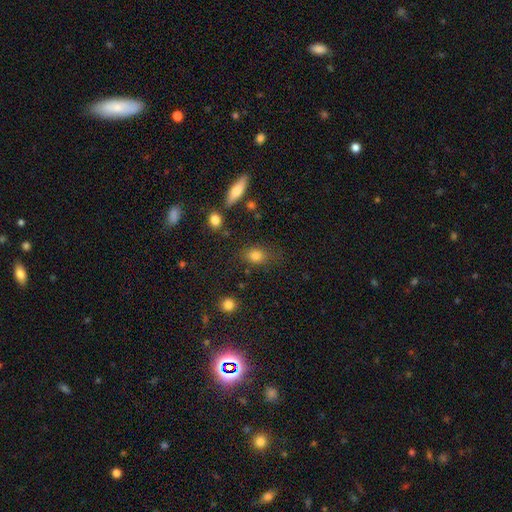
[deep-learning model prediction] Smooth or featured?
  - smooth: 80% *
  - star or artifact: 12%
  - featured or disk: 8%
How rounded?
  - in between: 59% *
  - round: 38%
  - cigar-shaped: 3%
Merging?
  - none: 75% *
  - minor disturbance: 16%
  - major disturbance: 6%
  - merger: 4%